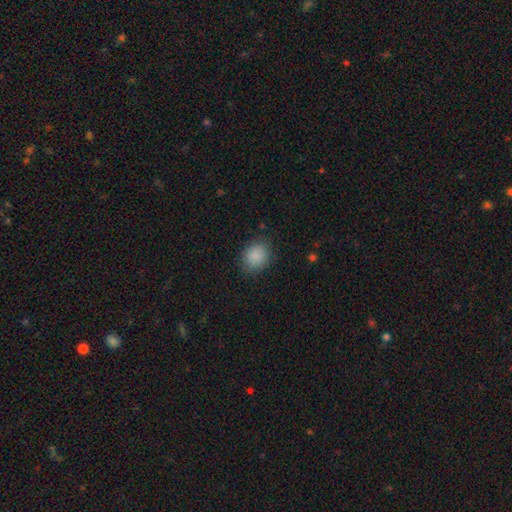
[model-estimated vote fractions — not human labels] A smooth galaxy with no disk features (88%) that is round (63%).

Vote fractions:
- Smooth or featured? smooth: 88% / star or artifact: 9% / featured or disk: 4%
- How rounded? round: 63% / in between: 36% / cigar-shaped: 1%
- Merging? none: 84% / minor disturbance: 12% / major disturbance: 3% / merger: 1%